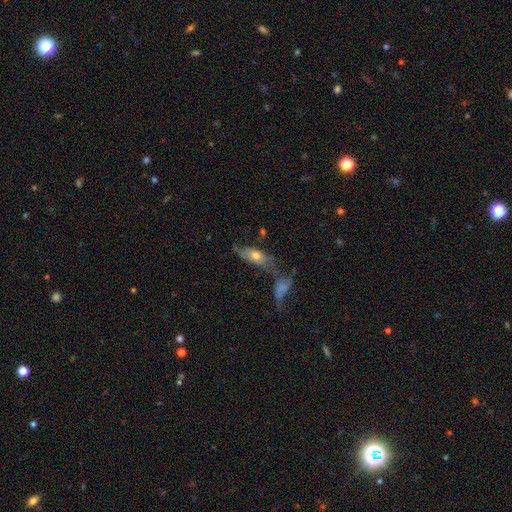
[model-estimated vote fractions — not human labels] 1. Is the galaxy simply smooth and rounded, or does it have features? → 58% smooth, 34% featured or disk, 8% star or artifact.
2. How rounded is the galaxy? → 78% in between, 17% cigar-shaped, 5% round.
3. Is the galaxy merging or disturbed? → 33% merger, 28% none, 20% minor disturbance, 18% major disturbance.